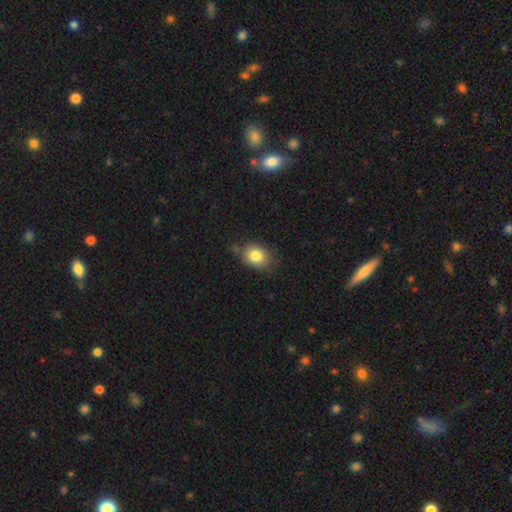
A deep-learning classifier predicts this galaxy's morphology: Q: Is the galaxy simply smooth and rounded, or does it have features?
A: smooth — 82%.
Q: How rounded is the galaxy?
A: in between — 62%.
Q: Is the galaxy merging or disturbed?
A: none — 67%.